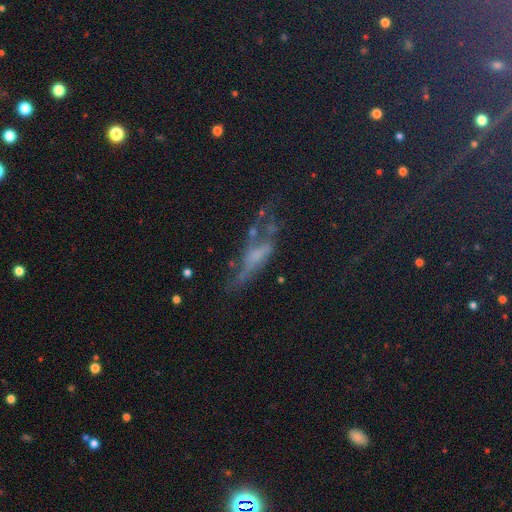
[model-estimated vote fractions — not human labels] featured or disk 51%, smooth 29%, star or artifact 20%. Down the decision tree: edge-on disk — no (63%); merging — major disturbance (35%, tied with none).